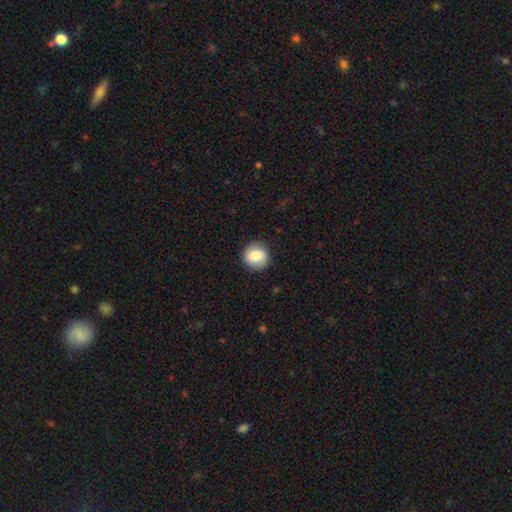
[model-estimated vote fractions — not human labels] smooth 77%, featured or disk 16%, star or artifact 8%. Down the decision tree: how rounded — round (87%); merging — none (84%).